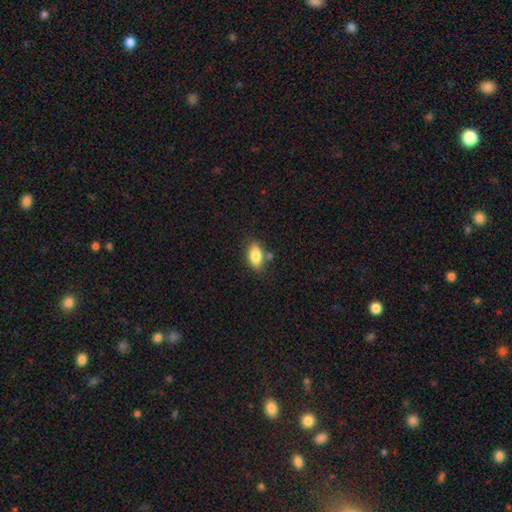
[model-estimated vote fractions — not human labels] Q: Smooth or featured?
A: smooth (82%); runner-up: featured or disk (11%)
Q: How rounded?
A: in between (87%); runner-up: cigar-shaped (7%)
Q: Merging?
A: none (74%); runner-up: minor disturbance (15%)